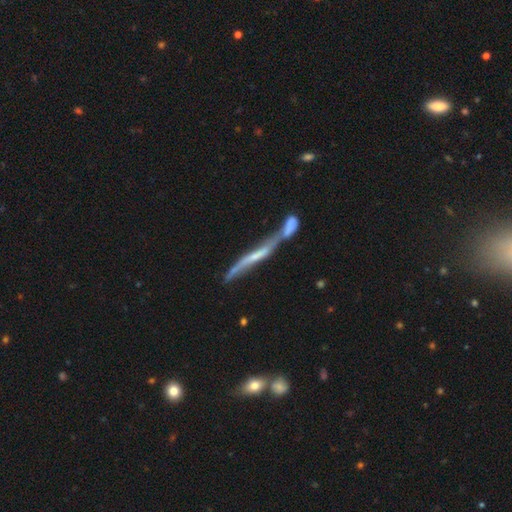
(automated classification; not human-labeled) A featured or disk galaxy (70%) viewed edge-on (62%).

Vote fractions:
- Smooth or featured? featured or disk: 70% / smooth: 23% / star or artifact: 7%
- Edge-on disk? yes: 62% / no: 38%
- Merging? merger: 66% / none: 15% / minor disturbance: 10% / major disturbance: 9%